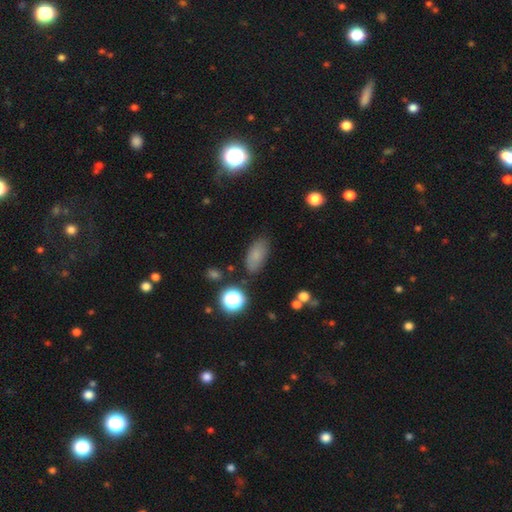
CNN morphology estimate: type=smooth (78%); roundness=in between (86%); merging=none (81%).